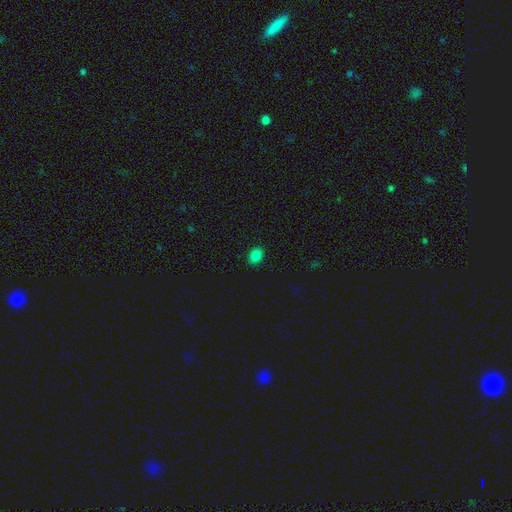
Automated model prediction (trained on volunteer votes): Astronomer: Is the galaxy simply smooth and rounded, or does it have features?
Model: smooth — 84%.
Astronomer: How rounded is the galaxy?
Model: in between — 64%.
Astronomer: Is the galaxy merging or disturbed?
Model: none — 90%.